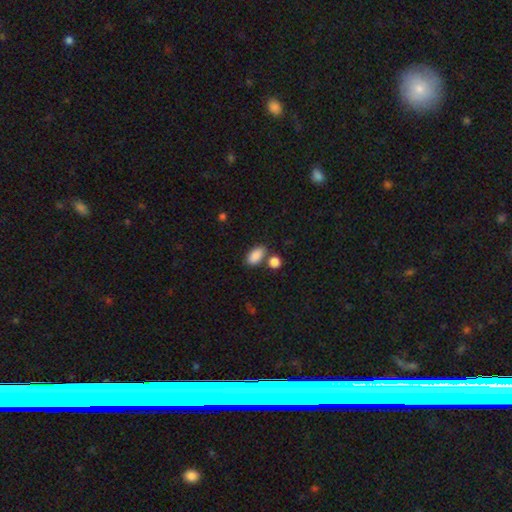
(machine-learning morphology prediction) smooth 88%, star or artifact 8%, featured or disk 4%. Down the decision tree: how rounded — in between (91%); merging — none (64%).